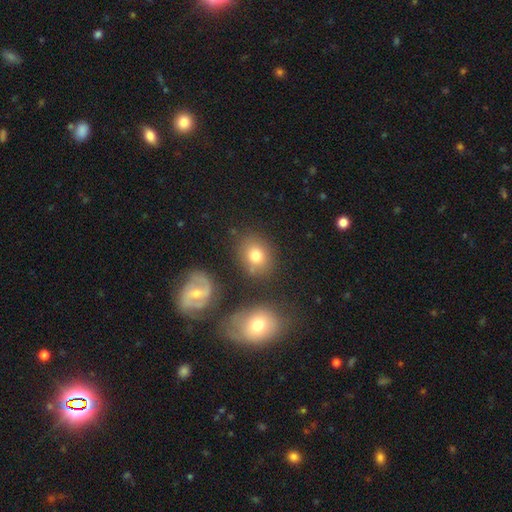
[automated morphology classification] Smooth or featured? smooth (75%)
How rounded? round (57%)
Merging? none (72%)